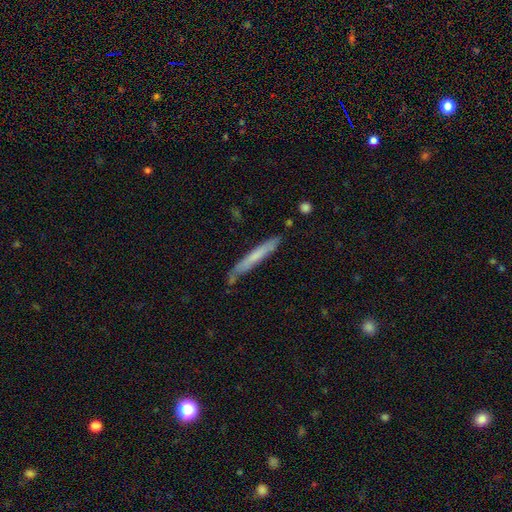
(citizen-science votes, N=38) Smooth or featured?
  - smooth: 58% *
  - featured or disk: 34%
  - star or artifact: 8%
How rounded?
  - cigar-shaped: 100% *
  - round: 0%
  - in between: 0%
Merging?
  - none: 80% *
  - minor disturbance: 17%
  - major disturbance: 3%
  - merger: 0%